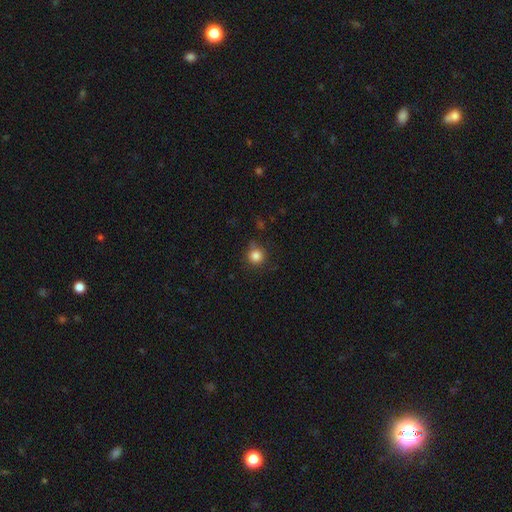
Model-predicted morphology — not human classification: Smooth or featured?
  - smooth: 84% *
  - star or artifact: 12%
  - featured or disk: 4%
How rounded?
  - round: 93% *
  - in between: 6%
  - cigar-shaped: 1%
Merging?
  - none: 80% *
  - minor disturbance: 13%
  - major disturbance: 4%
  - merger: 3%